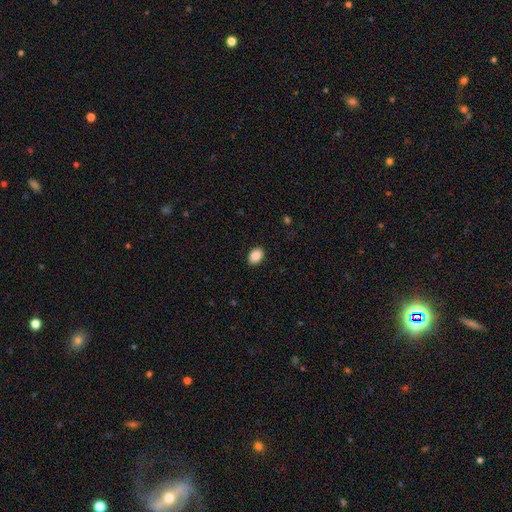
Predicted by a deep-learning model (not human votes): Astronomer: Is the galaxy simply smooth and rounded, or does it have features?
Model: smooth — 90%.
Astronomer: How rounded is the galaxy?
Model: in between — 78%.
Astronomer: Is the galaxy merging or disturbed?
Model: none — 89%.